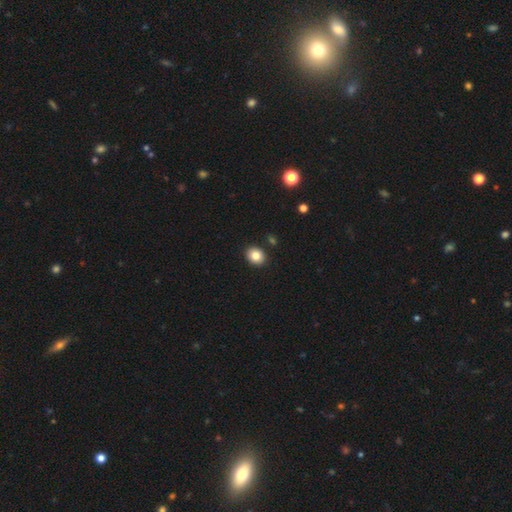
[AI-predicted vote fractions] This appears to be a smooth galaxy with no disk features (85%) that is round (55%). Merging: none (89%).